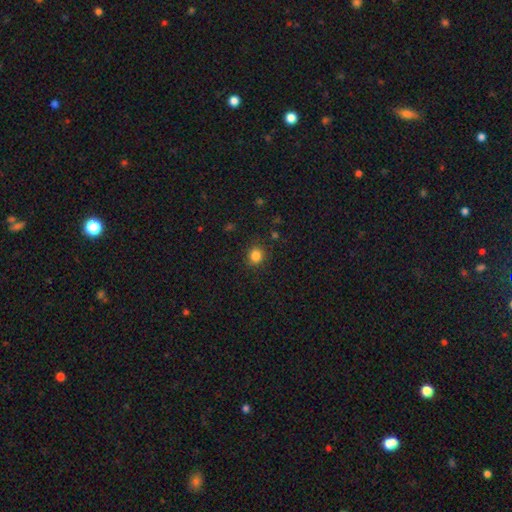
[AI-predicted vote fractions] smooth 84%, star or artifact 12%, featured or disk 4%. Down the decision tree: how rounded — round (84%); merging — none (88%).